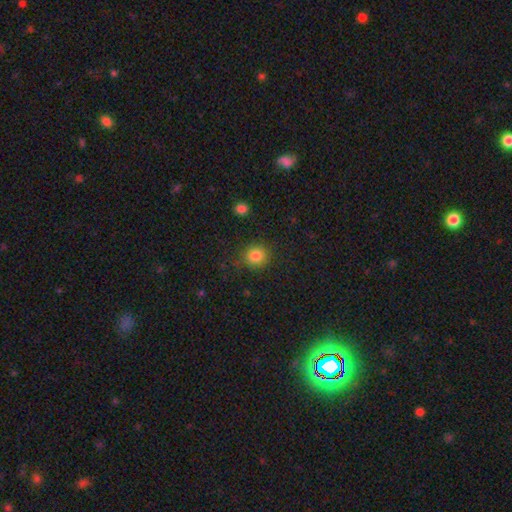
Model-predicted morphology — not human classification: type=smooth (83%); roundness=round (88%); merging=none (84%).